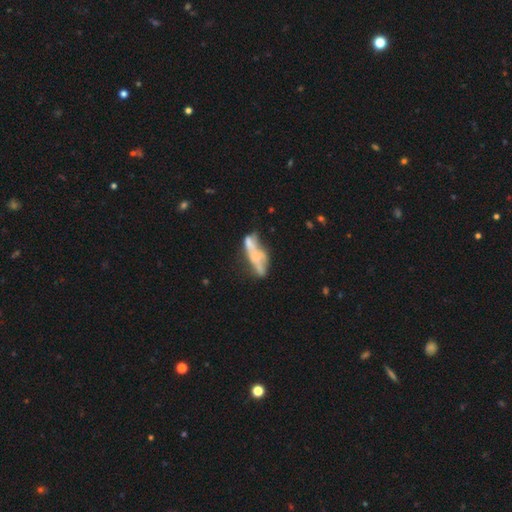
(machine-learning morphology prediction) Smooth or featured? Predicted: featured or disk (p=0.53). Edge-on disk? Predicted: no (p=0.65). Merging? Predicted: merger (p=0.35).